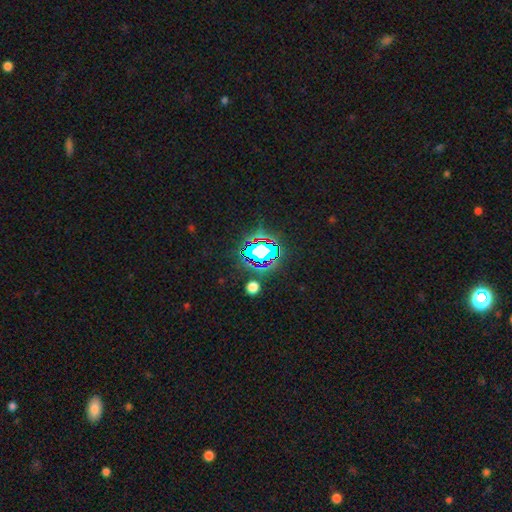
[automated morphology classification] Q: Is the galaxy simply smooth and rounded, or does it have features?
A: star or artifact — 81%.